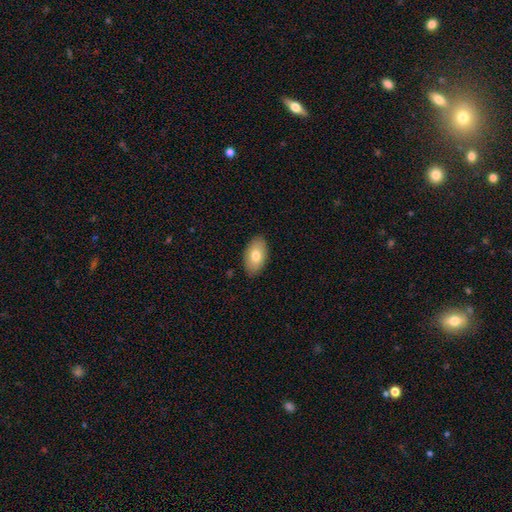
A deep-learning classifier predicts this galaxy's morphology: Q: Smooth or featured?
A: smooth (76%); runner-up: featured or disk (17%)
Q: How rounded?
A: in between (94%); runner-up: round (4%)
Q: Merging?
A: none (87%); runner-up: minor disturbance (10%)